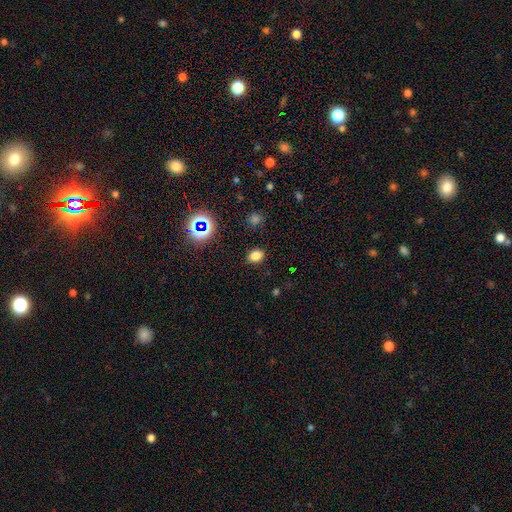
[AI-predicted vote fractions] A smooth galaxy with no disk features (76%) that is in between round and cigar-shaped (63%). Merging: none (85%).